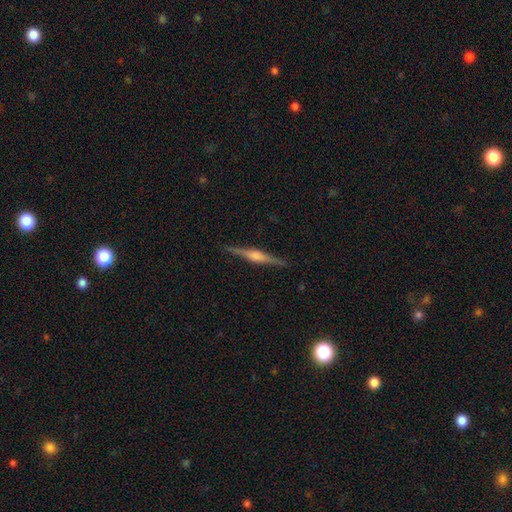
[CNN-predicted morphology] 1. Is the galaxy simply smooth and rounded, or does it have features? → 84% featured or disk, 11% smooth, 6% star or artifact.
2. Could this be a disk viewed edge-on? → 98% yes, 2% no.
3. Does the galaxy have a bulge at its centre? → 81% rounded, 14% boxy, 5% none.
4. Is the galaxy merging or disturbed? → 92% none, 6% minor disturbance, 1% major disturbance, 1% merger.